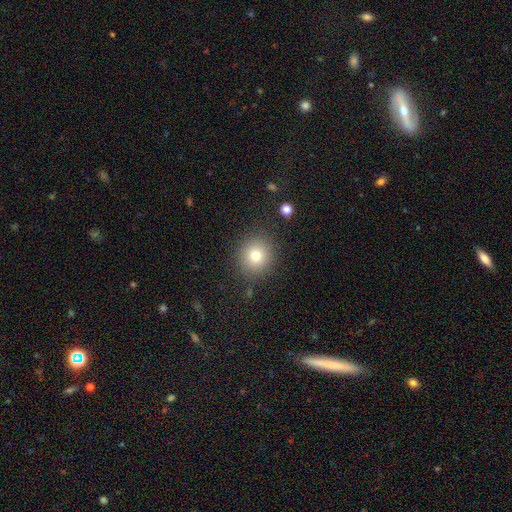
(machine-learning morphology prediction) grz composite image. It shows a smooth galaxy with no disk features (77%) that is round (88%). Merging: none (86%).